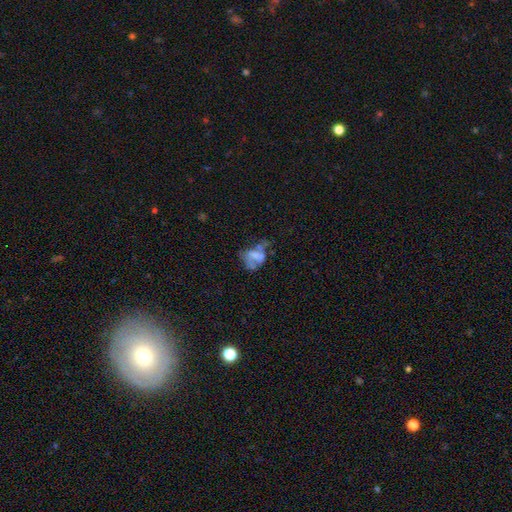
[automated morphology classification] This is possibly a smooth galaxy (47%). Merging: marginally major disturbance (36%).